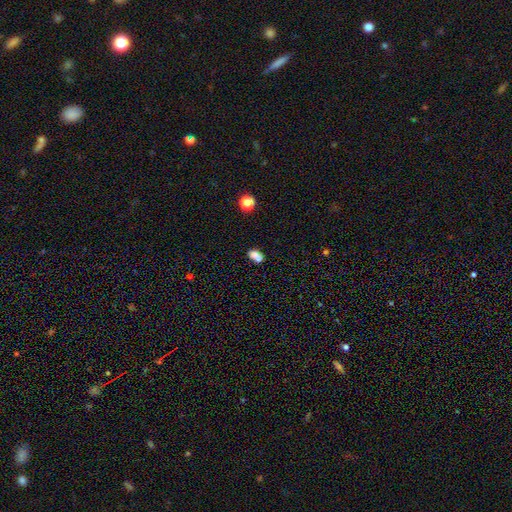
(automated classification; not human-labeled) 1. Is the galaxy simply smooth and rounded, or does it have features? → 71% smooth, 16% featured or disk, 13% star or artifact.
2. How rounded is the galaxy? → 58% in between, 40% round, 2% cigar-shaped.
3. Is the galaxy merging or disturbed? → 51% merger, 34% none, 10% minor disturbance, 5% major disturbance.